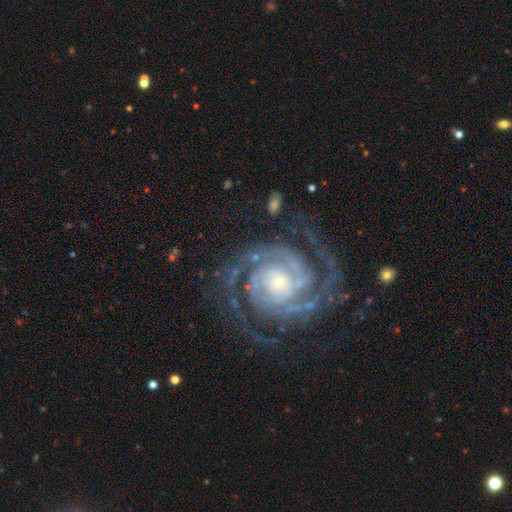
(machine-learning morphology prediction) smooth_or_featured: featured or disk (p=0.92) [alt: star or artifact p=0.05]
disk_edge_on: no (p=0.98) [alt: yes p=0.02]
bar: no (p=0.62) [alt: weak p=0.25]
has_spiral_arms: yes (p=0.99) [alt: no p=0.01]
spiral_winding: tight (p=0.74) [alt: medium p=0.23]
spiral_arm_count: 2 (p=0.49) [alt: 3 p=0.22]
bulge_size: small (p=0.49) [alt: moderate p=0.41]
merging: none (p=0.77) [alt: minor disturbance p=0.14]